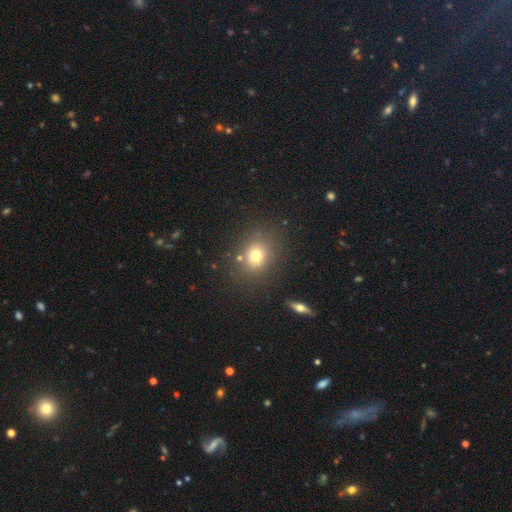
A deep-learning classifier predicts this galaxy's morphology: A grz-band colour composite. It shows a smooth galaxy with no disk features (73%) that is round (69%). Merging: none (79%).